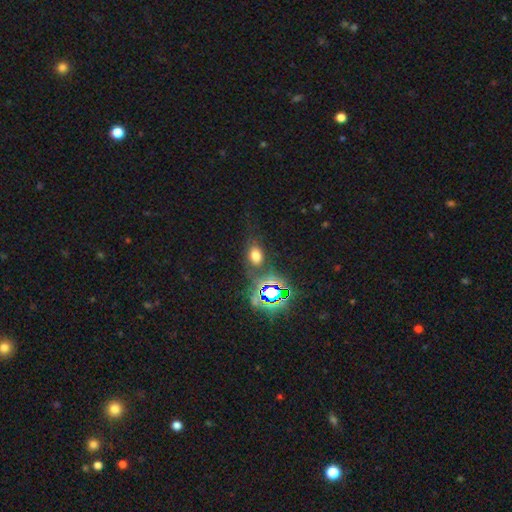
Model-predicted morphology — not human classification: A smooth galaxy with no disk features (62%) that is in between round and cigar-shaped (76%).

Vote fractions:
- Smooth or featured? smooth: 62% / star or artifact: 29% / featured or disk: 9%
- How rounded? in between: 76% / round: 22% / cigar-shaped: 2%
- Merging? none: 72% / minor disturbance: 14% / merger: 7% / major disturbance: 6%